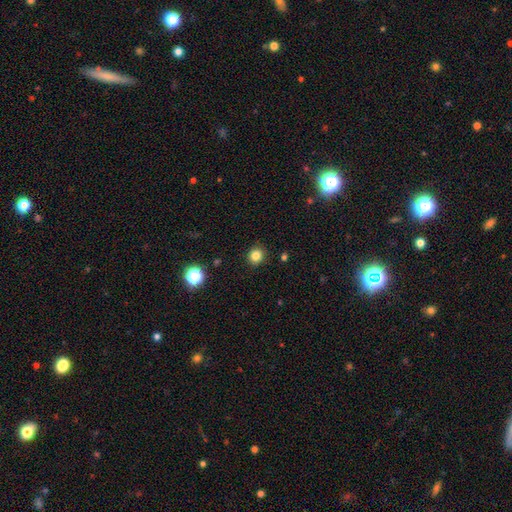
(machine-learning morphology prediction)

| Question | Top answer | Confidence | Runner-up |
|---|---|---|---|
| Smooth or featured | smooth | 82% | star or artifact (13%) |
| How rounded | round | 86% | in between (13%) |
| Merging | none | 91% | minor disturbance (6%) |